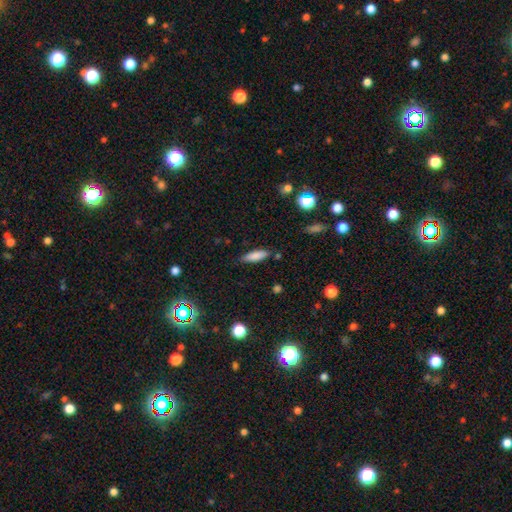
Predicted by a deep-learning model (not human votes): A smooth galaxy with no disk features (82%) that is cigar-shaped (49%, tied with in between). Merging: none (79%).